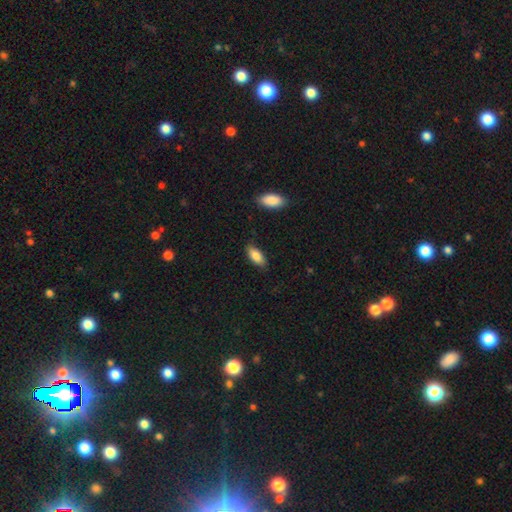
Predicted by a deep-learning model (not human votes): Overall: smooth (85%). How rounded: in between (85%). Merging: none (85%).